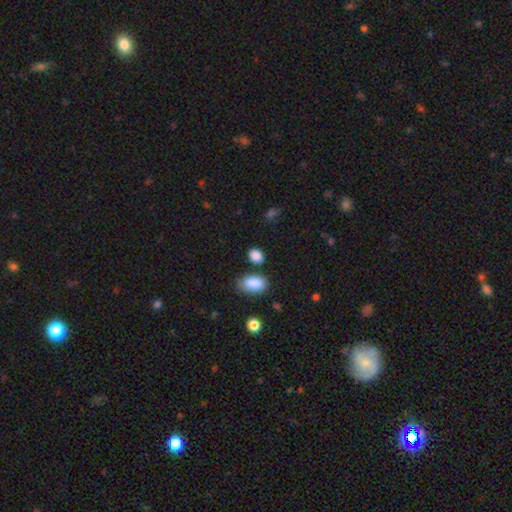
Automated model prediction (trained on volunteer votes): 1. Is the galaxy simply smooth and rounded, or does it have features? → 88% smooth, 9% star or artifact, 4% featured or disk.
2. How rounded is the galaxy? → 76% in between, 23% round, 2% cigar-shaped.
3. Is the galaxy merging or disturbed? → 75% none, 13% minor disturbance, 9% merger, 3% major disturbance.